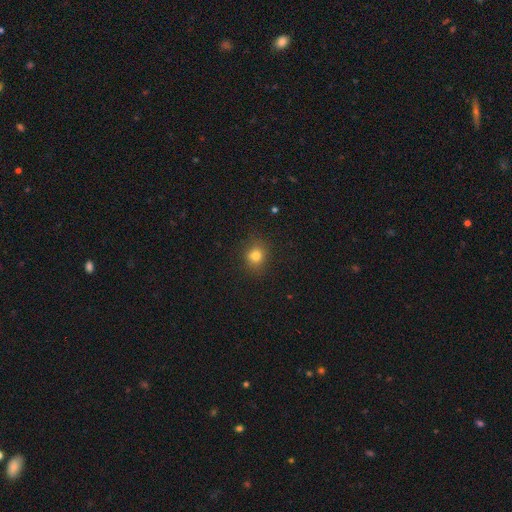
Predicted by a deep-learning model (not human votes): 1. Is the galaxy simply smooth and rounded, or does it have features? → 80% smooth, 14% star or artifact, 7% featured or disk.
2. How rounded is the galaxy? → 68% round, 30% in between, 1% cigar-shaped.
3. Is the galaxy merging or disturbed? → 83% none, 12% minor disturbance, 4% major disturbance, 1% merger.